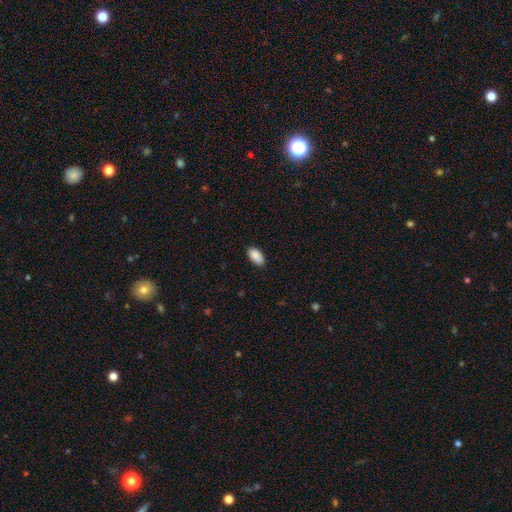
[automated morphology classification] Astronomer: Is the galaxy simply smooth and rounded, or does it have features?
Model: smooth — 90%.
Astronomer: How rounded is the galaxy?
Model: in between — 95%.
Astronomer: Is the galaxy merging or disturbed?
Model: none — 88%.